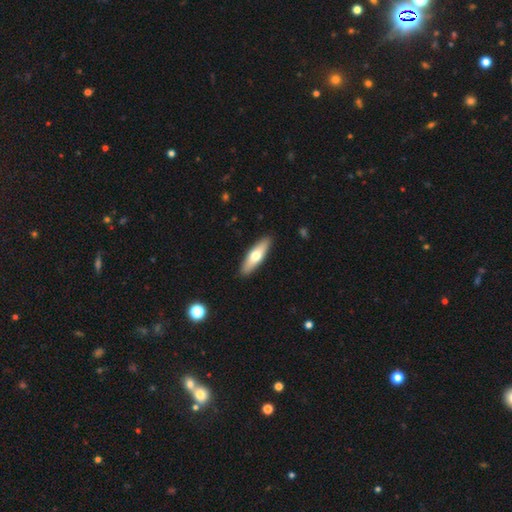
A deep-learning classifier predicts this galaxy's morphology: This is possibly a smooth galaxy (58%). How rounded: likely cigar-shaped (61%). Merging: clearly none (90%).